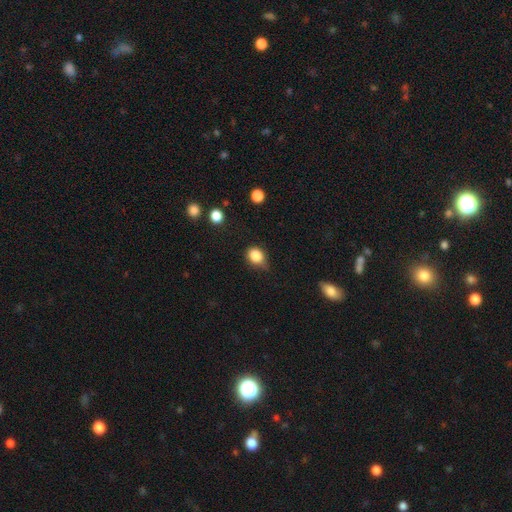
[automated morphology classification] This is clearly a smooth galaxy (85%). How rounded: possibly round (56%). Merging: possibly none (59%).